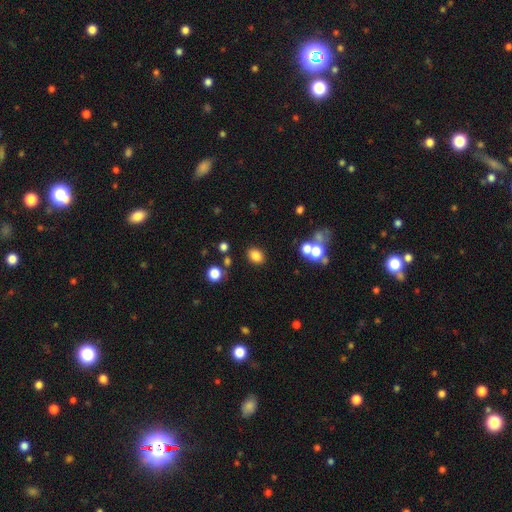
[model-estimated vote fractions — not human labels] The model was most divided on "how rounded": in between: 58%, round: 41%, cigar-shaped: 1%. More confident: merging — none (83%); smooth or featured — smooth (81%).